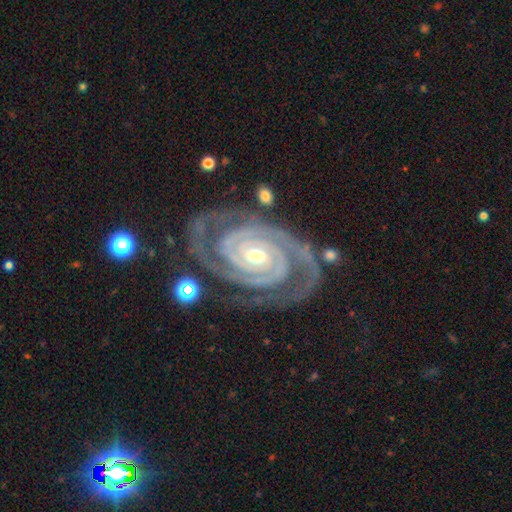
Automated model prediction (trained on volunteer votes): Smooth or featured: featured or disk — 94% (star or artifact — 4%)
Edge-on disk: no — 97% (yes — 3%)
Bar: no — 52% (weak — 25%)
Spiral arms: yes — 99% (no — 1%)
Spiral winding: tight — 86% (medium — 13%)
Spiral arm count: 2 — 85% (3 — 7%)
Bulge size: small — 49% (moderate — 48%)
Merging: none — 78% (minor disturbance — 15%)